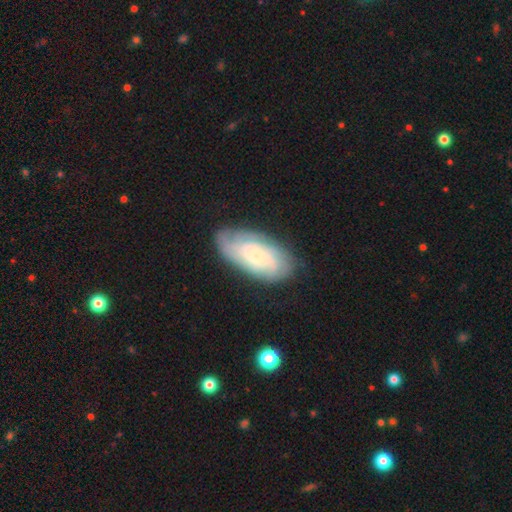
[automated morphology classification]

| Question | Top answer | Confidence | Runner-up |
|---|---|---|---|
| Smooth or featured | featured or disk | 60% | smooth (33%) |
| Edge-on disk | no | 93% | yes (7%) |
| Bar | no | 70% | weak (25%) |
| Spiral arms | yes | 89% | no (11%) |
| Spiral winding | tight | 59% | medium (31%) |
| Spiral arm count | can't tell | 49% | 2 (18%) |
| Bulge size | small | 57% | moderate (27%) |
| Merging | none | 74% | minor disturbance (19%) |